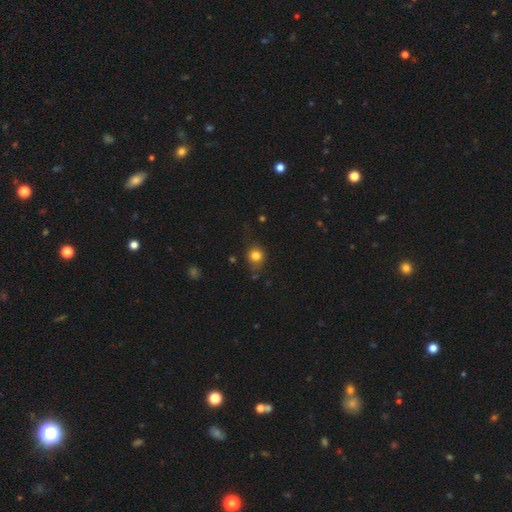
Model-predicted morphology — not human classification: The model was most divided on "merging": none: 72%, minor disturbance: 19%, major disturbance: 5%, merger: 3%. More confident: how rounded — round (81%); smooth or featured — smooth (81%).